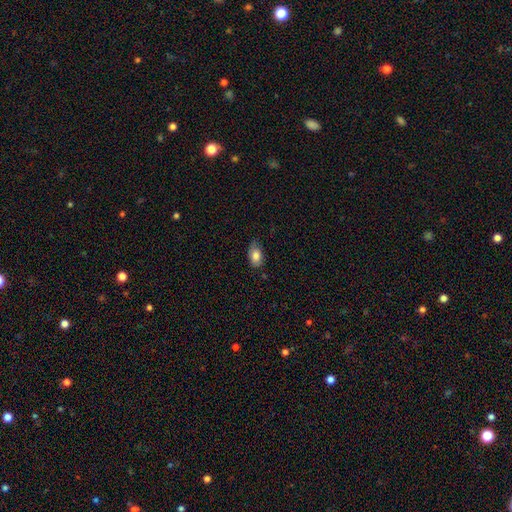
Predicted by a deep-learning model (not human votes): Morphology: type=smooth (82%); roundness=in between (89%); merging=none (66%).